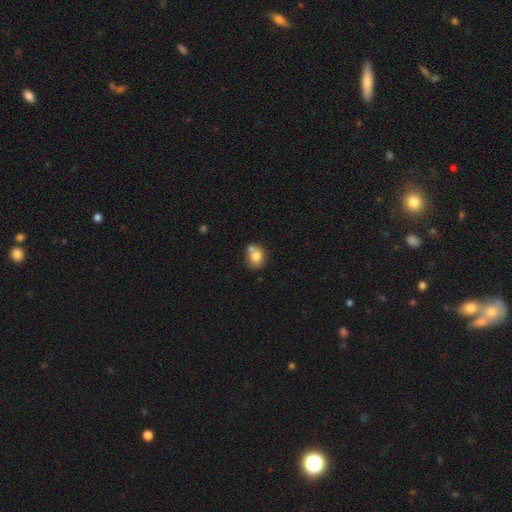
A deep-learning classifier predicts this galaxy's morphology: smooth_or_featured: smooth (p=0.77) [alt: featured or disk p=0.14]
how_rounded: round (p=0.63) [alt: in between p=0.36]
merging: none (p=0.54) [alt: merger p=0.31]